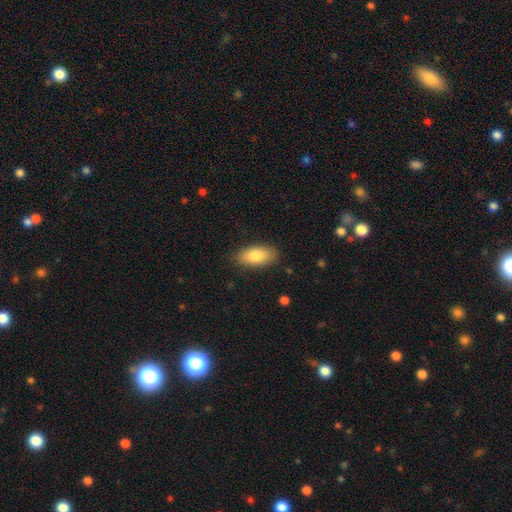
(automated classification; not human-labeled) Smooth or featured? smooth (80%)
How rounded? in between (89%)
Merging? none (85%)